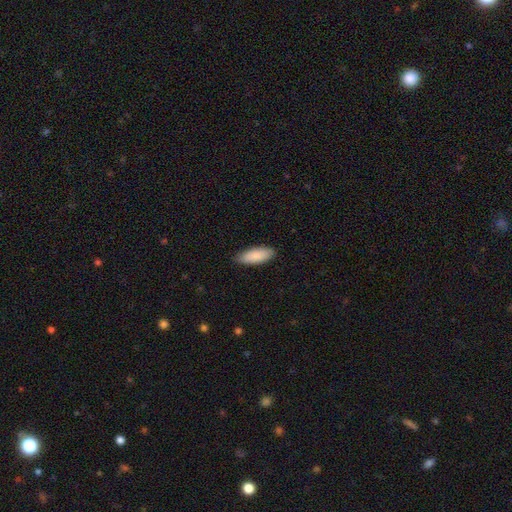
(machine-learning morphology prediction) smooth 88%, featured or disk 7%, star or artifact 6%. Down the decision tree: how rounded — in between (76%); merging — none (85%).